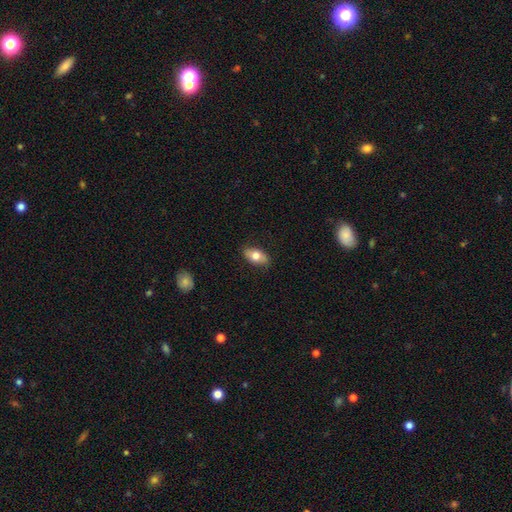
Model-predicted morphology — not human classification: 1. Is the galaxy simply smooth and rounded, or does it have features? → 76% smooth, 18% featured or disk, 7% star or artifact.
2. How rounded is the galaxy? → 90% in between, 6% round, 4% cigar-shaped.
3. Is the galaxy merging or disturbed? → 86% none, 11% minor disturbance, 2% major disturbance, 1% merger.